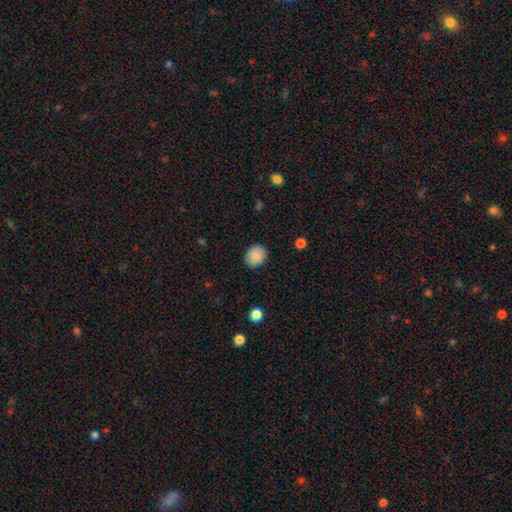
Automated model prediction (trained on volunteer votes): Smooth or featured?
  - smooth: 88% *
  - star or artifact: 8%
  - featured or disk: 4%
How rounded?
  - round: 70% *
  - in between: 29%
  - cigar-shaped: 1%
Merging?
  - none: 86% *
  - minor disturbance: 11%
  - major disturbance: 3%
  - merger: 1%